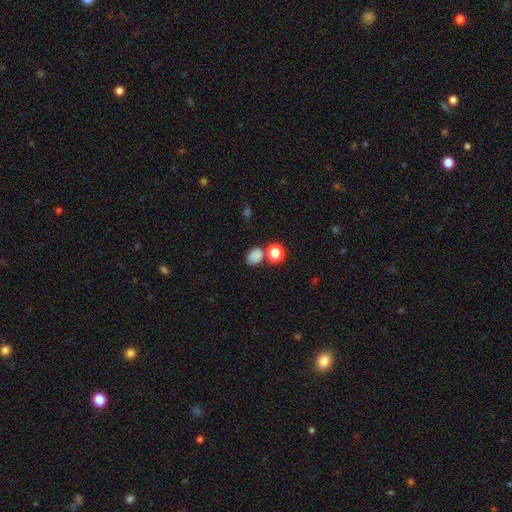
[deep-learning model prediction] The model was most divided on "how rounded": in between: 60%, round: 39%, cigar-shaped: 1%. More confident: smooth or featured — smooth (80%); merging — none (66%).